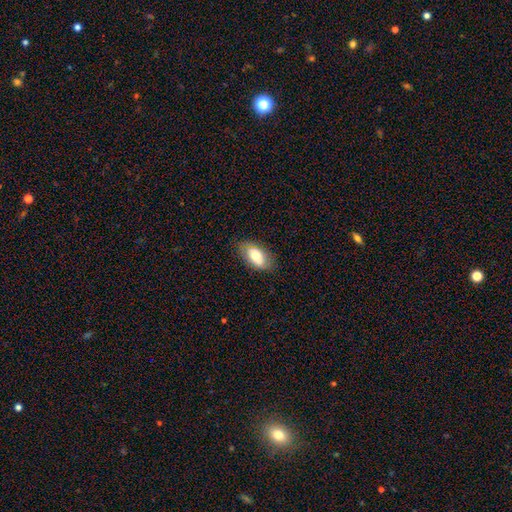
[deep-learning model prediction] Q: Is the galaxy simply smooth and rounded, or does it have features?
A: smooth — 69%.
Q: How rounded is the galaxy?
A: in between — 93%.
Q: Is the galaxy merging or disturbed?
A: none — 77%.